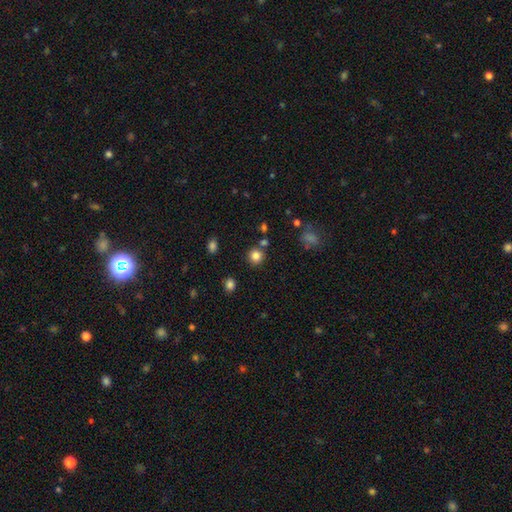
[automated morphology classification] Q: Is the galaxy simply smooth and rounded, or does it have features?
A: smooth — 82%.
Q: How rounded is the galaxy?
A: round — 91%.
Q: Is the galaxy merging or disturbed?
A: none — 83%.